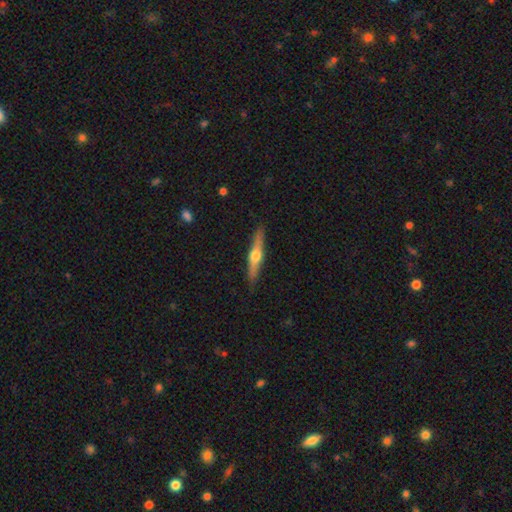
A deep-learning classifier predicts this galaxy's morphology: featured or disk 64%, smooth 31%, star or artifact 5%. Down the decision tree: edge-on disk — yes (96%); edge-on bulge — rounded (93%); merging — none (88%).